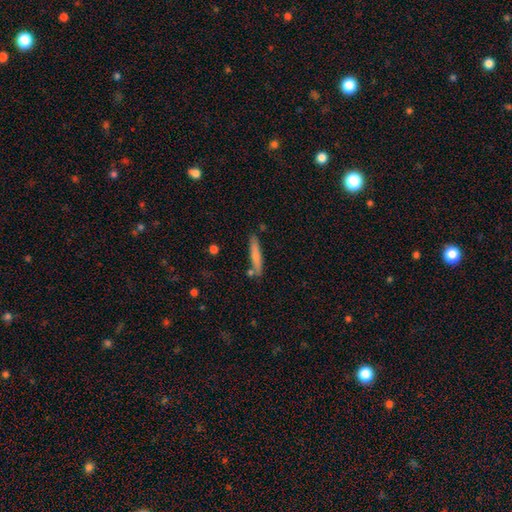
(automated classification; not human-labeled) This is likely a smooth galaxy (73%). How rounded: clearly cigar-shaped (91%). Merging: clearly none (80%).